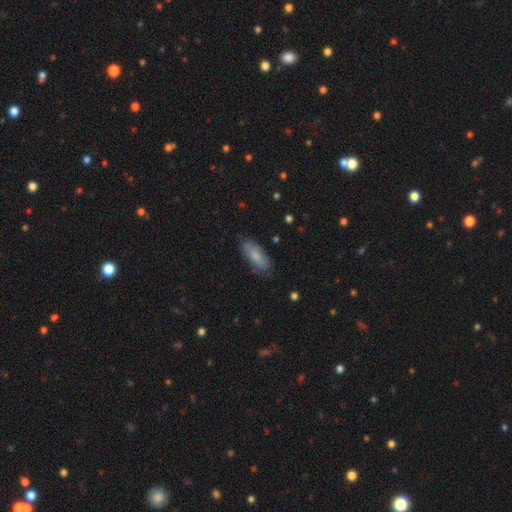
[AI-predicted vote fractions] Overall: smooth (77%). How rounded: in between (75%). Merging: none (80%).